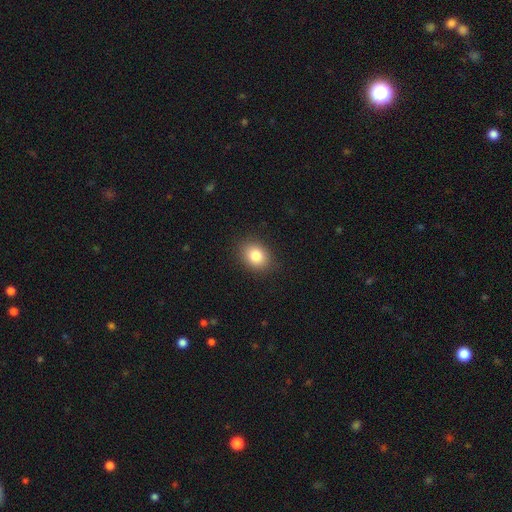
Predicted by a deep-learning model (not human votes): smooth 82%, star or artifact 10%, featured or disk 8%. Down the decision tree: how rounded — in between (58%); merging — none (88%).